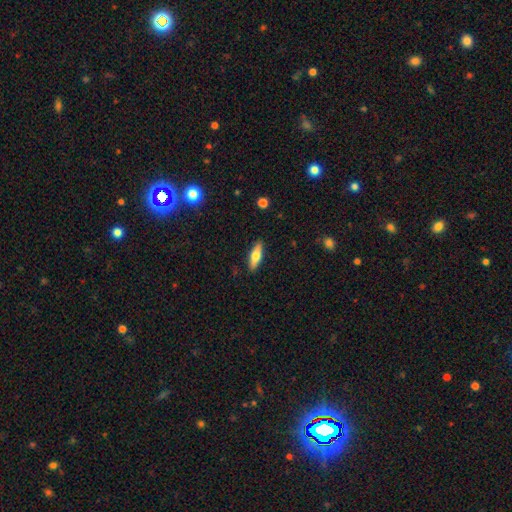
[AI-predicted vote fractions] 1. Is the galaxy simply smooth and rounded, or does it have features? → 62% smooth, 32% featured or disk, 6% star or artifact.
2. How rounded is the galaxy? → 50% cigar-shaped, 48% in between, 2% round.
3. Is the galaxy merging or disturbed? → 89% none, 8% minor disturbance, 2% major disturbance, 1% merger.